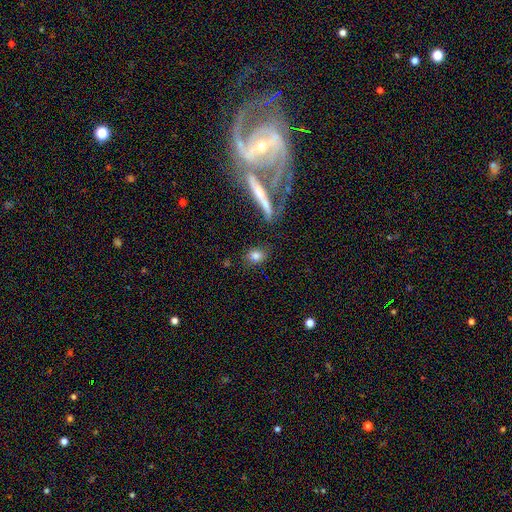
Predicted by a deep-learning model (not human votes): This appears to be a smooth galaxy with no disk features (76%) that is in between round and cigar-shaped (59%). Merging: none (75%).